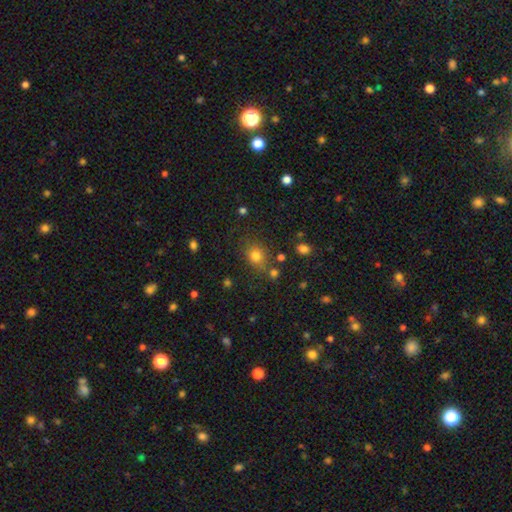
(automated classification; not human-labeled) Smooth or featured: smooth — 77% (star or artifact — 15%)
How rounded: round — 67% (in between — 32%)
Merging: none — 71% (minor disturbance — 15%)